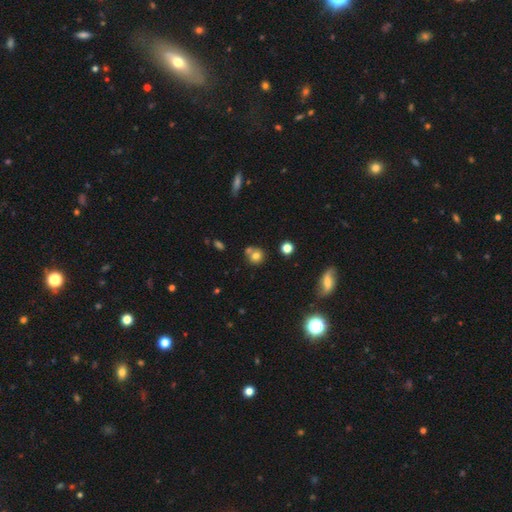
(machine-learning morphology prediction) Smooth or featured? smooth (74%)
How rounded? round (86%)
Merging? none (60%)